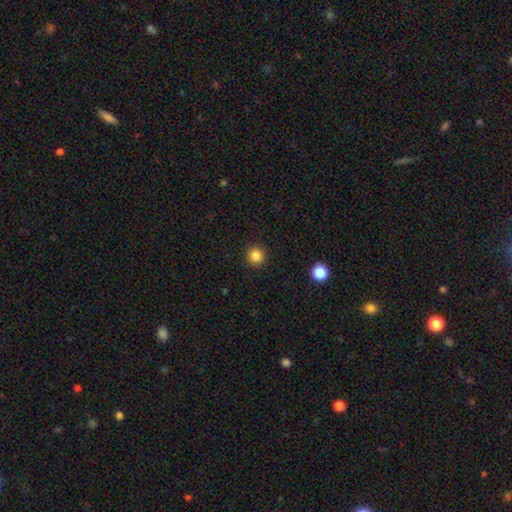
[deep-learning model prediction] smooth_or_featured: smooth (p=0.85) [alt: star or artifact p=0.12]
how_rounded: round (p=0.94) [alt: in between p=0.05]
merging: none (p=0.92) [alt: minor disturbance p=0.05]